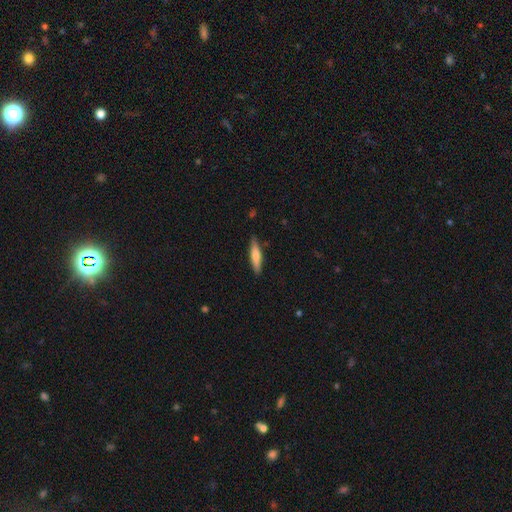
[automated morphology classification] The model was most divided on "smooth or featured": smooth: 68%, featured or disk: 26%, star or artifact: 6%. More confident: merging — none (86%); how rounded — cigar-shaped (77%).